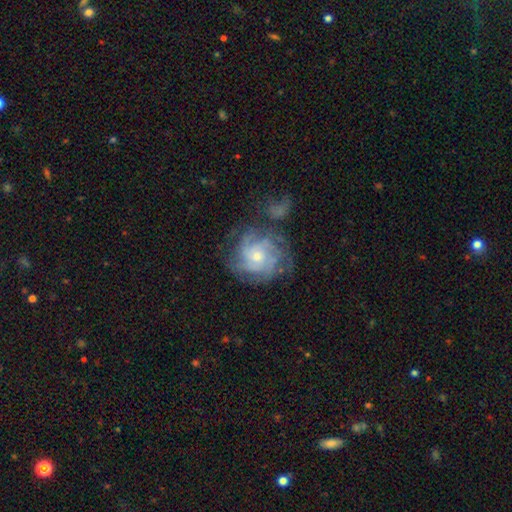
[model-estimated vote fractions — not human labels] Q: Smooth or featured?
A: featured or disk (78%); runner-up: smooth (13%)
Q: Edge-on disk?
A: no (97%); runner-up: yes (3%)
Q: Bar?
A: no (77%); runner-up: weak (20%)
Q: Spiral arms?
A: yes (92%); runner-up: no (8%)
Q: Spiral winding?
A: tight (61%); runner-up: medium (29%)
Q: Spiral arm count?
A: can't tell (34%); runner-up: 4 (24%)
Q: Bulge size?
A: small (55%); runner-up: moderate (40%)
Q: Merging?
A: none (64%); runner-up: minor disturbance (17%)